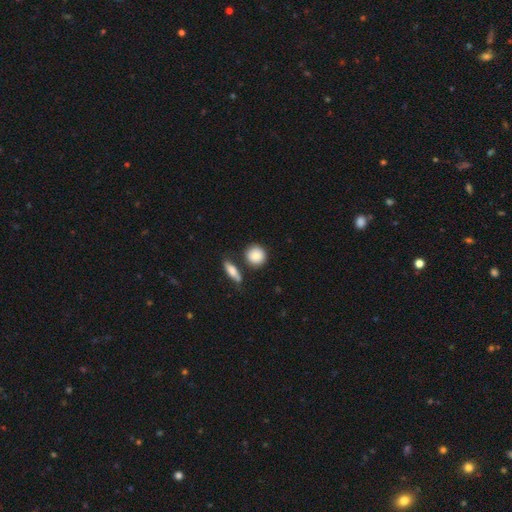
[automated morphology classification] Overall: smooth (85%). How rounded: round (85%). Merging: none (75%).